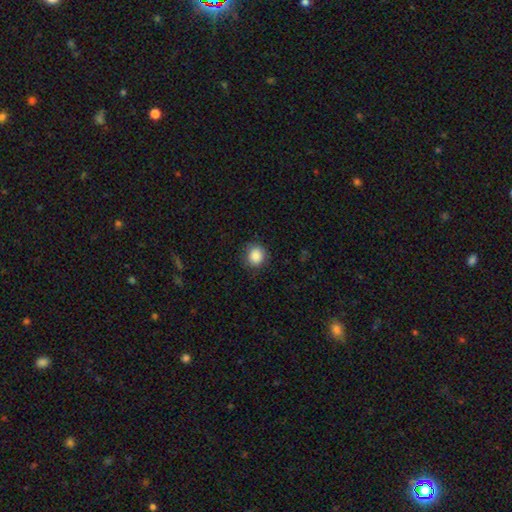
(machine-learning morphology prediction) A smooth galaxy with no disk features (88%) that is round (83%). Merging: none (84%).